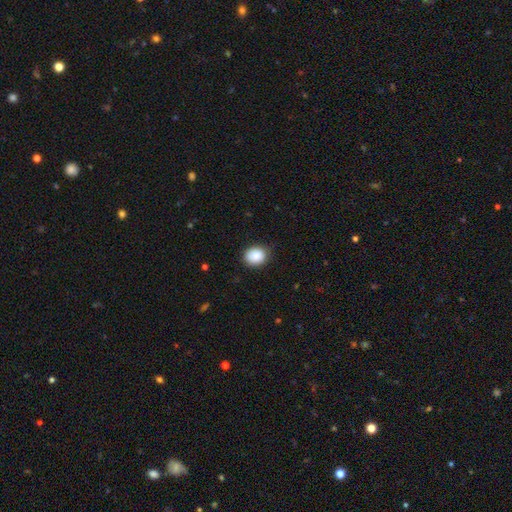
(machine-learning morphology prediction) Smooth or featured? smooth (88%)
How rounded? round (65%)
Merging? none (81%)